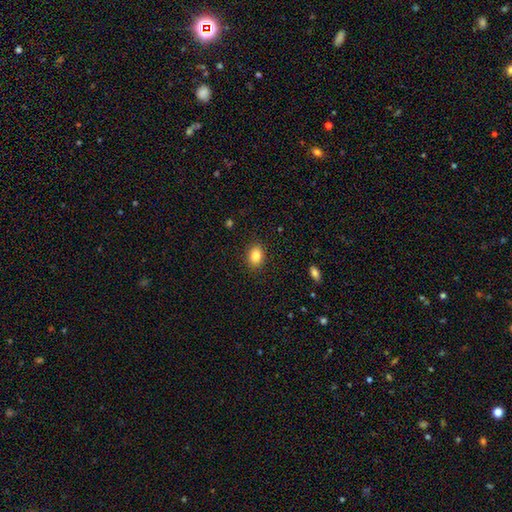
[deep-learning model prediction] Morphology: type=smooth (84%); roundness=in between (72%); merging=none (88%).